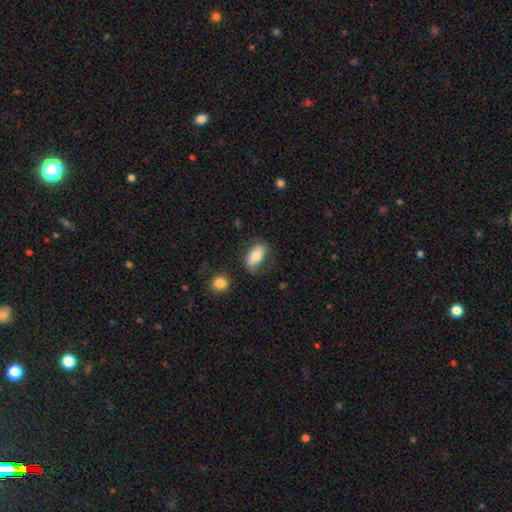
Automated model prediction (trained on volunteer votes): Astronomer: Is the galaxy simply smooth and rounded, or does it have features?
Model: smooth — 74%.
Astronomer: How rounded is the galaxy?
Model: in between — 89%.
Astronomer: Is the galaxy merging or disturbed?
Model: none — 63%.